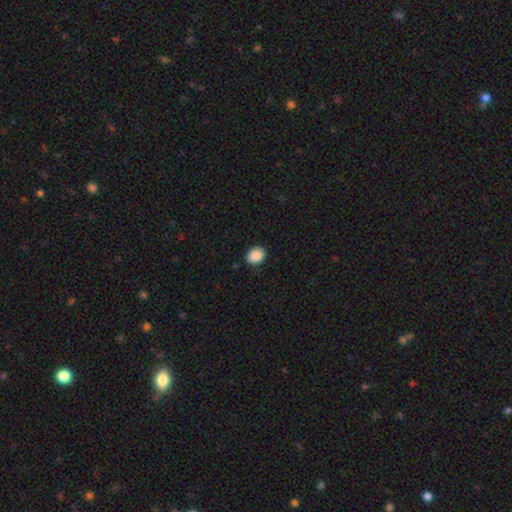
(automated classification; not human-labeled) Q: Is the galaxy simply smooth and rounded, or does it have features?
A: smooth — 89%.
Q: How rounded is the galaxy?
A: in between — 53%.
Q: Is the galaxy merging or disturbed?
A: none — 88%.